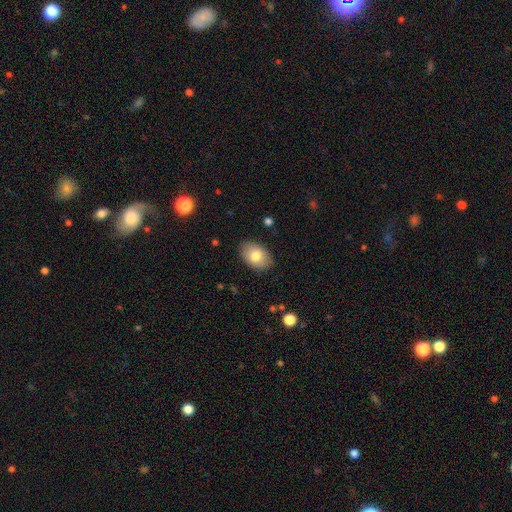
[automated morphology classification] Smooth or featured? Predicted: smooth (p=0.79). How rounded? Predicted: in between (p=0.87). Merging? Predicted: none (p=0.87).